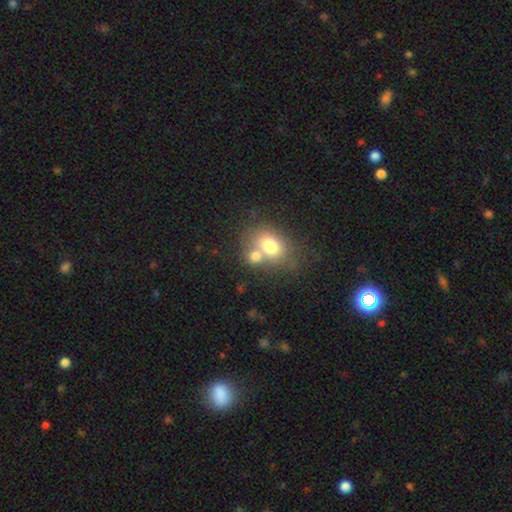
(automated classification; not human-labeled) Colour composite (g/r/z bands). It shows a smooth galaxy with no disk features (73%) that is in between round and cigar-shaped (57%). Merging: merger (50%).